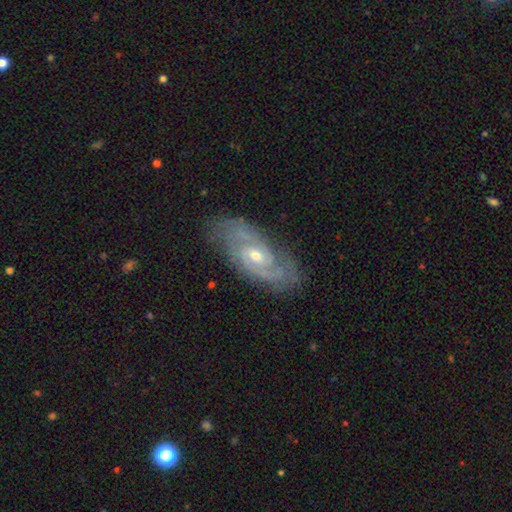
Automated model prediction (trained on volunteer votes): A featured or disk galaxy (86%) with no bar (53%), 2 (66%) tight (53%) spiral arms (96%) and a moderate central bulge (50%). Merging: none (80%).